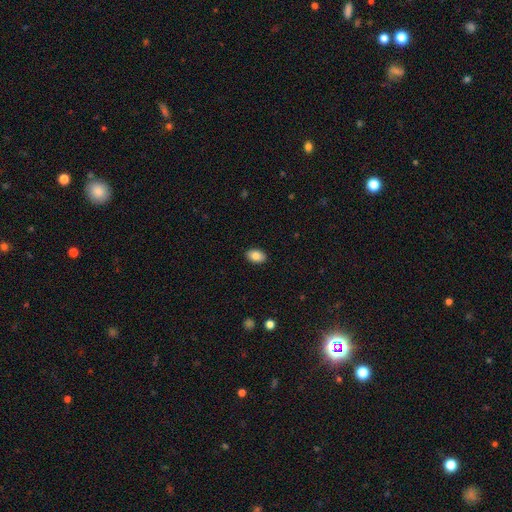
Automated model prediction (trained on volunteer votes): Overall: smooth (85%). How rounded: in between (87%). Merging: none (89%).